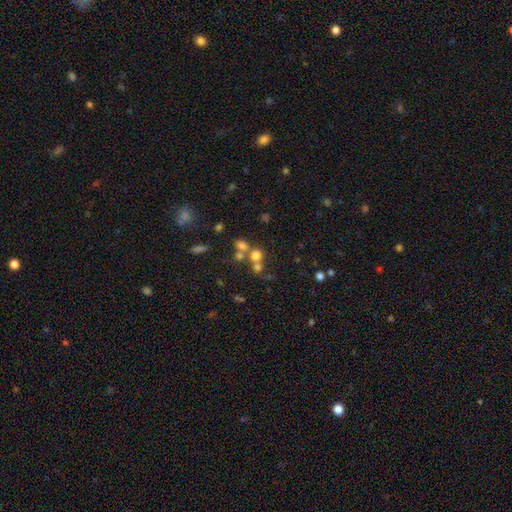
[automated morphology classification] Smooth or featured?
  - smooth: 65% *
  - star or artifact: 21%
  - featured or disk: 13%
How rounded?
  - round: 80% *
  - in between: 19%
  - cigar-shaped: 1%
Merging?
  - none: 50% *
  - merger: 38%
  - minor disturbance: 7%
  - major disturbance: 5%